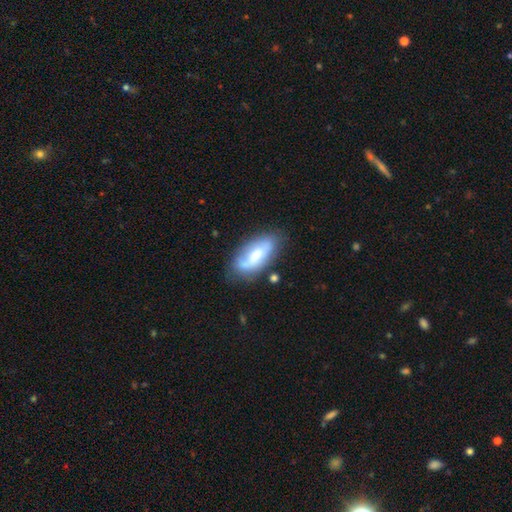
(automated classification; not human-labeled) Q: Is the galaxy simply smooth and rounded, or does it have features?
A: smooth — 50%.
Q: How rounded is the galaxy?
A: in between — 85%.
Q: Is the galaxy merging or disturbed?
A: none — 66%.